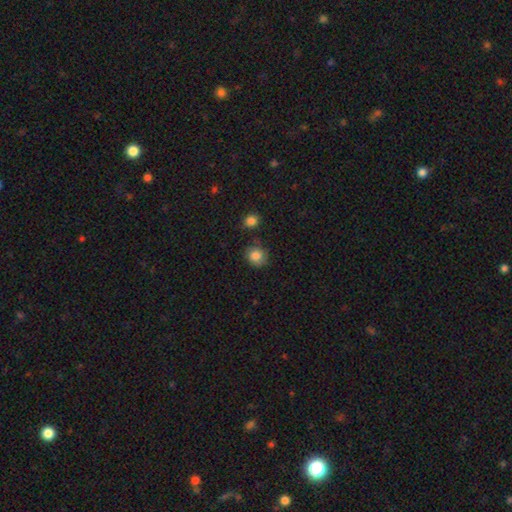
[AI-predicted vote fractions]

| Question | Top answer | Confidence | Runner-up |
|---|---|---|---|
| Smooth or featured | smooth | 81% | featured or disk (10%) |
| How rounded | round | 77% | in between (22%) |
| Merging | none | 74% | minor disturbance (18%) |